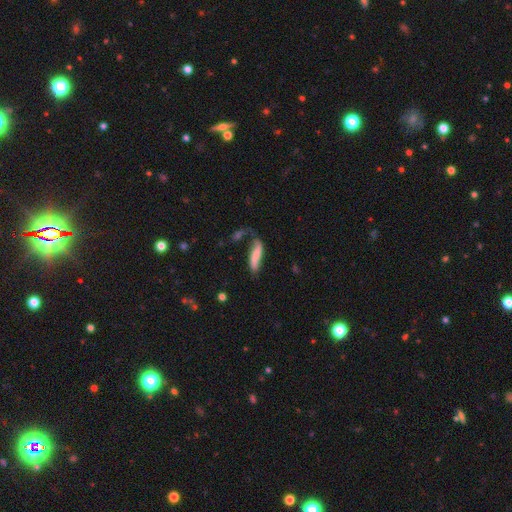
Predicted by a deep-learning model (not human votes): smooth-or-featured: smooth: 59% | featured or disk: 33% | star or artifact: 8%
  how-rounded: cigar-shaped: 65% | in between: 33% | round: 2%
  merging: none: 40% | minor disturbance: 26% | major disturbance: 21% | merger: 12%